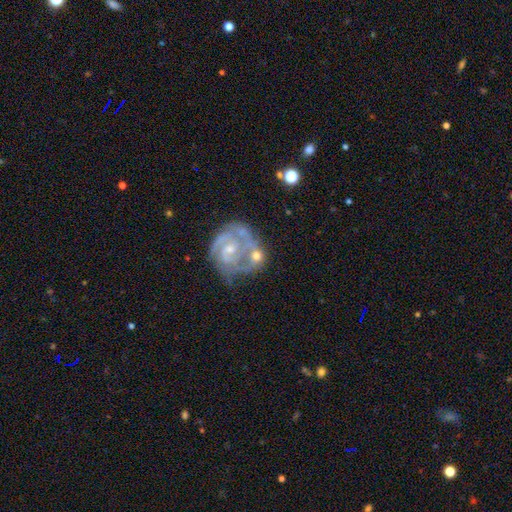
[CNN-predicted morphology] smooth_or_featured: featured or disk (p=0.80) [alt: smooth p=0.13]
disk_edge_on: no (p=0.98) [alt: yes p=0.02]
bar: no (p=0.58) [alt: weak p=0.35]
has_spiral_arms: yes (p=0.88) [alt: no p=0.12]
spiral_winding: tight (p=0.57) [alt: medium p=0.34]
spiral_arm_count: 2 (p=0.49) [alt: can't tell p=0.21]
bulge_size: small (p=0.55) [alt: moderate p=0.34]
merging: none (p=0.40) [alt: merger p=0.25]